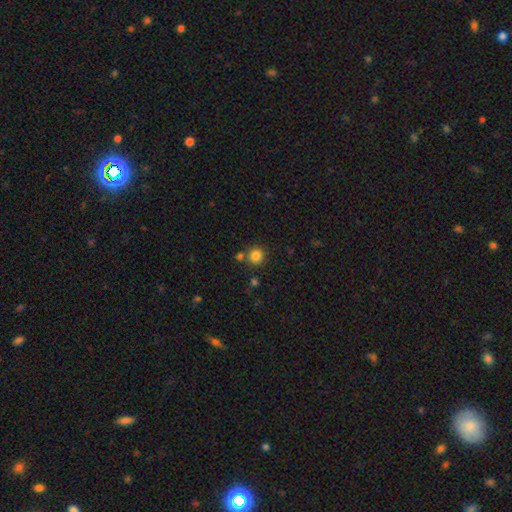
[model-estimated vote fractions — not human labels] Overall: smooth (84%). How rounded: round (92%). Merging: none (77%).